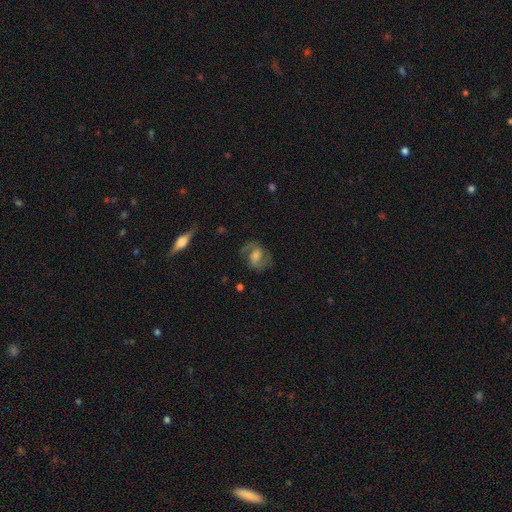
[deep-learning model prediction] Overall: featured or disk (65%; smooth 27%). Edge-on disk: no (97%). Bar: weak (46%; no 31%). Spiral arms: yes (88%). Spiral arm count: 2 (84%). Spiral winding: medium (49%; loose 35%). Bulge size: moderate (37%; small 34%). Merging: none (64%).